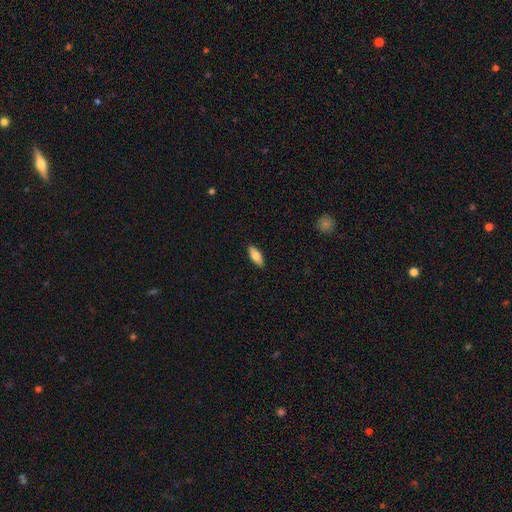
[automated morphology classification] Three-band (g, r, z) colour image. It shows a smooth galaxy with no disk features (72%) that is in between round and cigar-shaped (70%). Merging: none (90%).